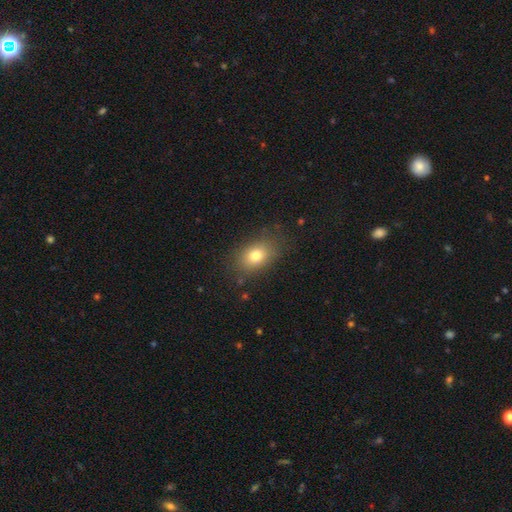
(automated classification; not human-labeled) Smooth or featured? Predicted: smooth (p=0.76). How rounded? Predicted: in between (p=0.73). Merging? Predicted: none (p=0.80).